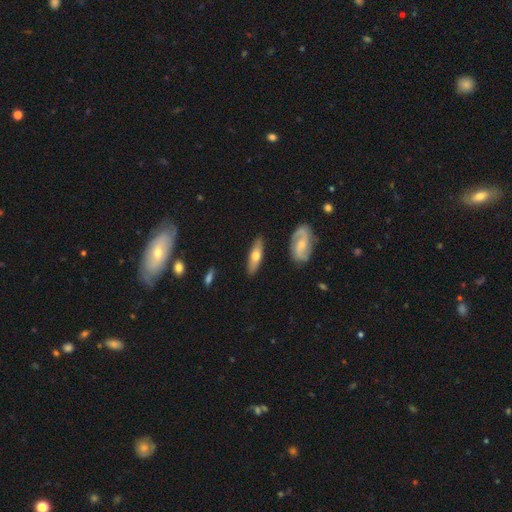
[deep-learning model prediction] Smooth or featured?
  - smooth: 48% *
  - featured or disk: 46%
  - star or artifact: 5%
Merging?
  - none: 85% *
  - minor disturbance: 10%
  - merger: 3%
  - major disturbance: 2%